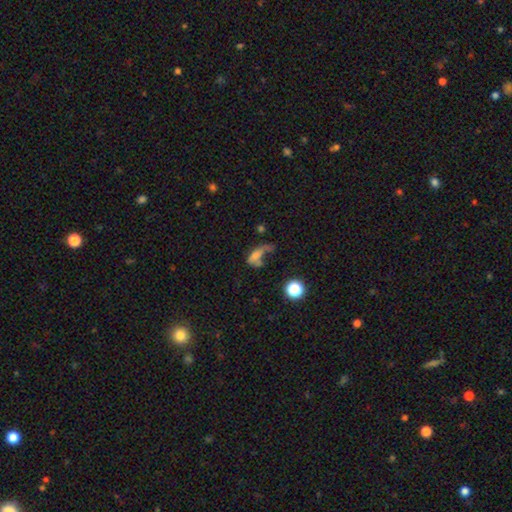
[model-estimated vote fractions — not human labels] Smooth or featured? Predicted: smooth (p=0.56). How rounded? Predicted: in between (p=0.73). Merging? Predicted: major disturbance (p=0.43).